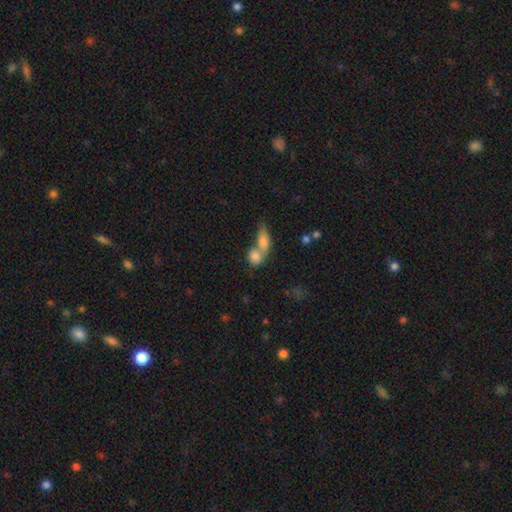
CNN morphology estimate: A smooth galaxy with no disk features (80%) that is in between round and cigar-shaped (53%).

Vote fractions:
- Smooth or featured? smooth: 80% / featured or disk: 12% / star or artifact: 8%
- How rounded? in between: 53% / round: 41% / cigar-shaped: 5%
- Merging? merger: 66% / none: 24% / minor disturbance: 6% / major disturbance: 4%